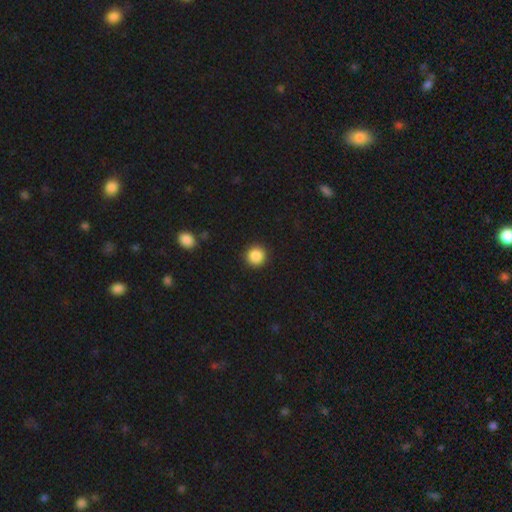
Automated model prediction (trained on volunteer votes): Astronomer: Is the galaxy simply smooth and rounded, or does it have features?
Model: smooth — 88%.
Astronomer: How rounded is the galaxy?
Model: round — 94%.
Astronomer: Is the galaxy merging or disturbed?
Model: none — 92%.